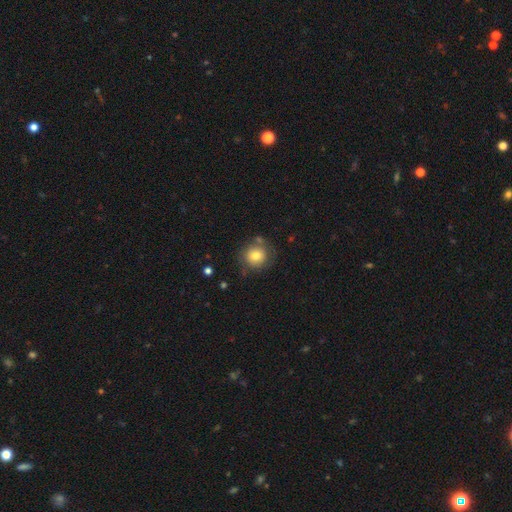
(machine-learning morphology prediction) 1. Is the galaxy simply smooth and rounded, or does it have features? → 74% smooth, 16% featured or disk, 10% star or artifact.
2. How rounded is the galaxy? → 90% round, 9% in between, 1% cigar-shaped.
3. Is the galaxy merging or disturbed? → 73% none, 15% minor disturbance, 6% merger, 6% major disturbance.